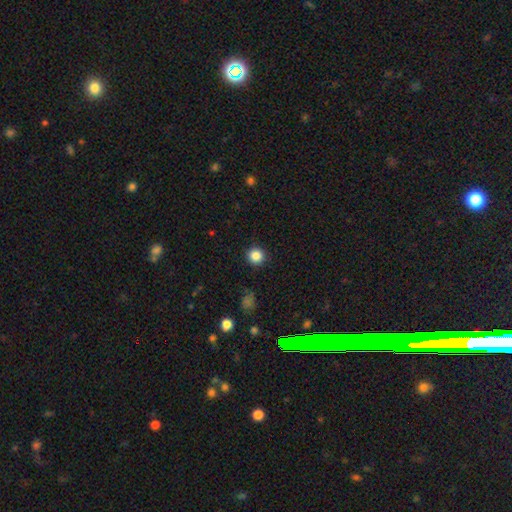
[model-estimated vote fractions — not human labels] This is clearly a smooth galaxy (86%). How rounded: clearly round (95%). Merging: clearly none (91%).